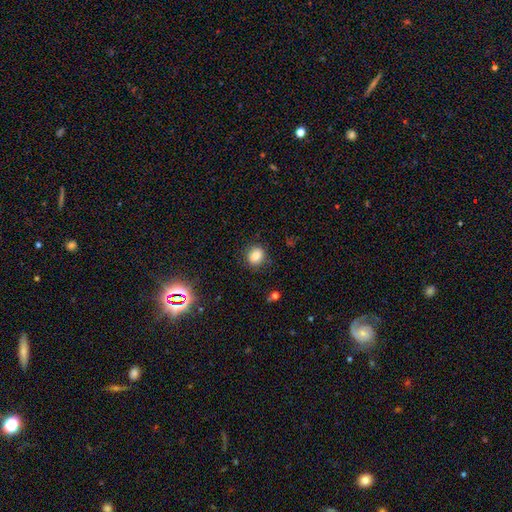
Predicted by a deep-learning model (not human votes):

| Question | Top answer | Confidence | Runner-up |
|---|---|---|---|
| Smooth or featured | smooth | 82% | star or artifact (11%) |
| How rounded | round | 67% | in between (32%) |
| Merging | none | 85% | minor disturbance (10%) |